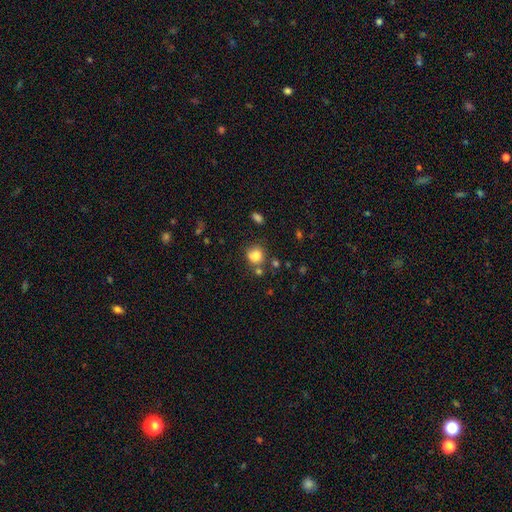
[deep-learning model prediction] The model was most divided on "merging": none: 63%, minor disturbance: 18%, merger: 14%, major disturbance: 6%. More confident: how rounded — round (82%); smooth or featured — smooth (81%).